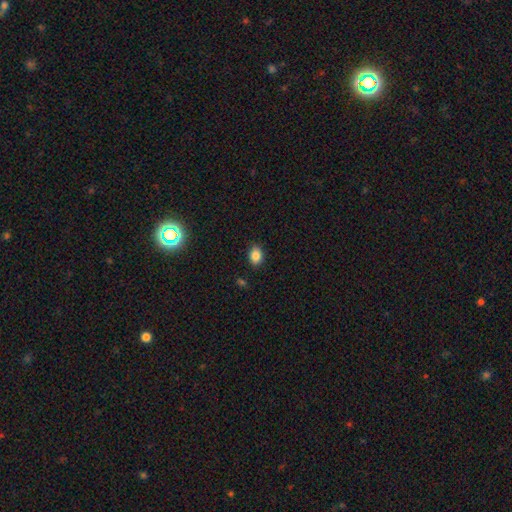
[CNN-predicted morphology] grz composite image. It shows a smooth galaxy with no disk features (85%) that is in between round and cigar-shaped (64%). Merging: none (87%).